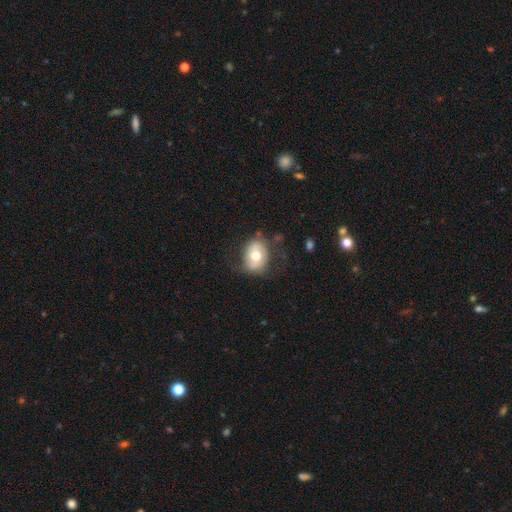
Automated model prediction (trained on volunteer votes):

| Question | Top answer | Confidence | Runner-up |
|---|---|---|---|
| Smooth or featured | smooth | 56% | featured or disk (36%) |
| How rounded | in between | 55% | round (44%) |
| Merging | none | 67% | minor disturbance (20%) |